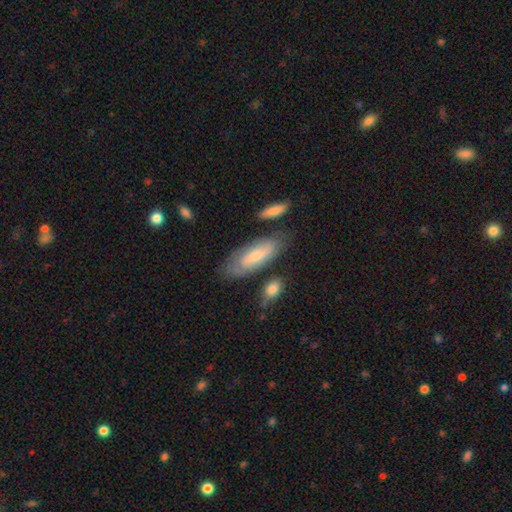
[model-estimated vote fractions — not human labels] smooth_or_featured: smooth (p=0.53) [alt: featured or disk p=0.40]
how_rounded: in between (p=0.72) [alt: cigar-shaped p=0.25]
merging: none (p=0.68) [alt: minor disturbance p=0.19]